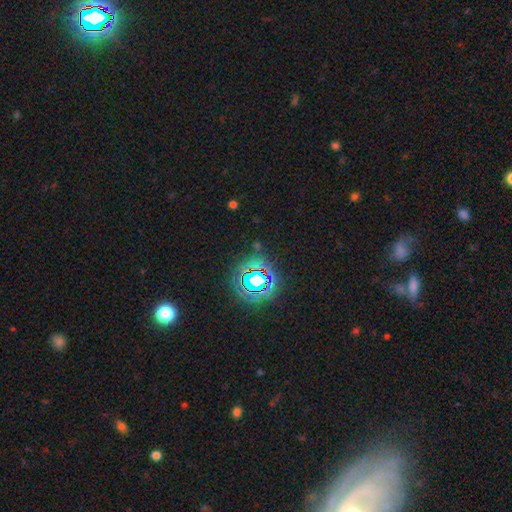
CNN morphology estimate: smooth-or-featured: star or artifact: 77% | smooth: 14% | featured or disk: 9%